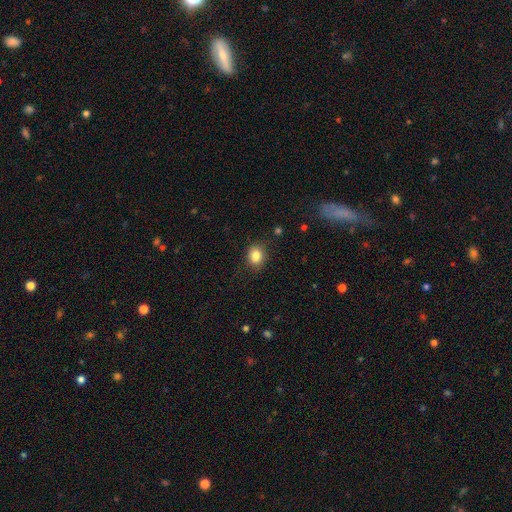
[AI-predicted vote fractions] smooth-or-featured: smooth: 84% | star or artifact: 10% | featured or disk: 6%
  how-rounded: round: 50% | in between: 49% | cigar-shaped: 1%
  merging: none: 83% | minor disturbance: 13% | major disturbance: 3% | merger: 1%